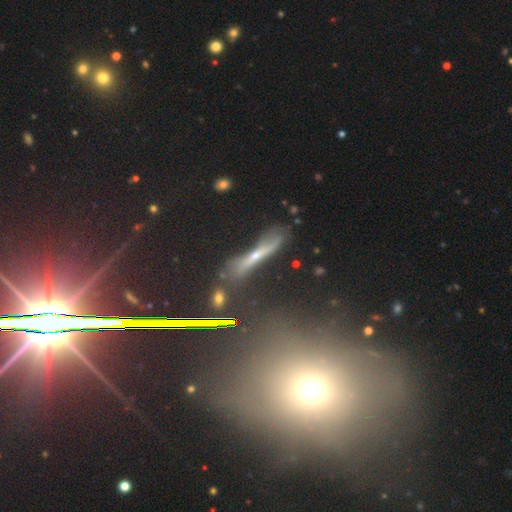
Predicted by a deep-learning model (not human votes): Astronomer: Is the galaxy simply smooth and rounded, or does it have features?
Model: featured or disk — 40% (runner-up: smooth, 36%).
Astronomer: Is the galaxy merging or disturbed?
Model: none — 63%.